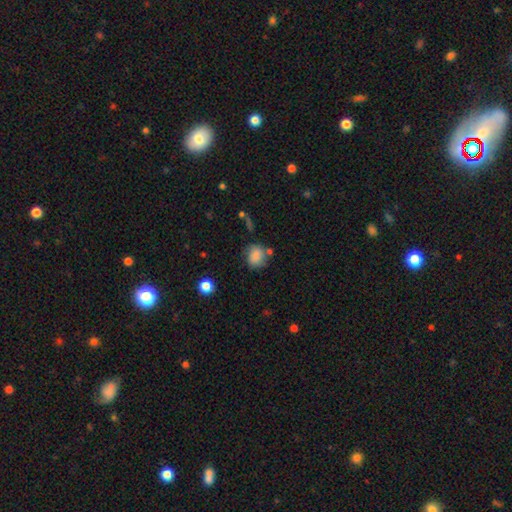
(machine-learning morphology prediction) This appears to be a smooth galaxy with no disk features (81%) that is round (70%). Merging: none (66%).